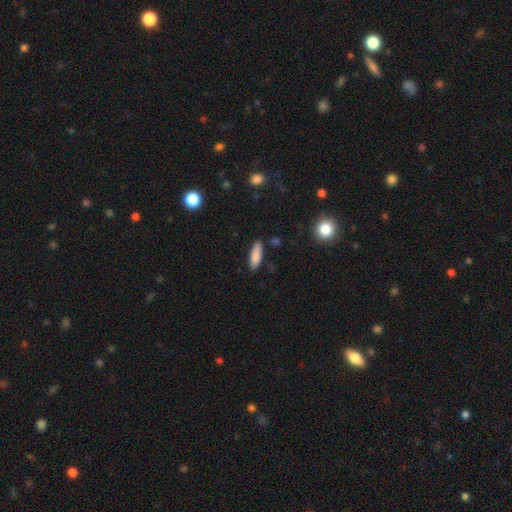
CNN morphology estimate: Smooth or featured? Predicted: smooth (p=0.85). How rounded? Predicted: in between (p=0.49, tied with cigar-shaped). Merging? Predicted: none (p=0.83).